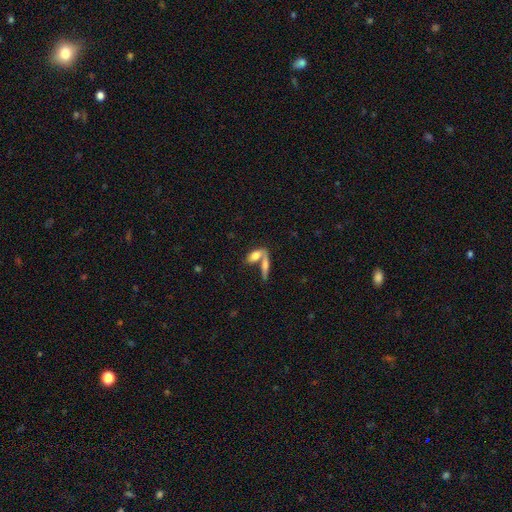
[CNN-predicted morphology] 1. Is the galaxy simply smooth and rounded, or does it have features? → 70% smooth, 22% featured or disk, 8% star or artifact.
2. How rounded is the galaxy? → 71% in between, 25% cigar-shaped, 4% round.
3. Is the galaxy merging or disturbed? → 53% merger, 34% none, 8% minor disturbance, 5% major disturbance.